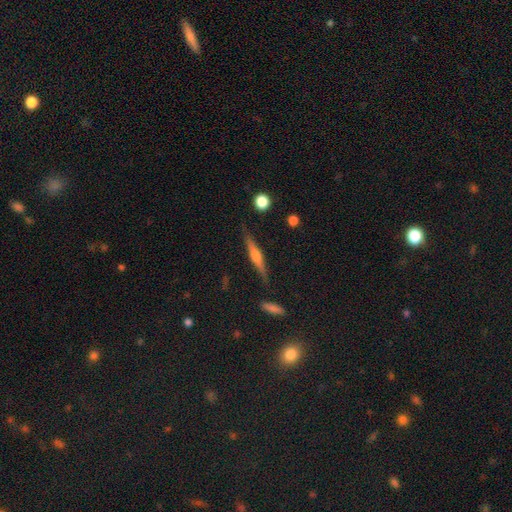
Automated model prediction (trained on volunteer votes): A featured or disk galaxy (68%) viewed edge-on (97%) with a rounded central bulge (83%). Merging: none (86%).